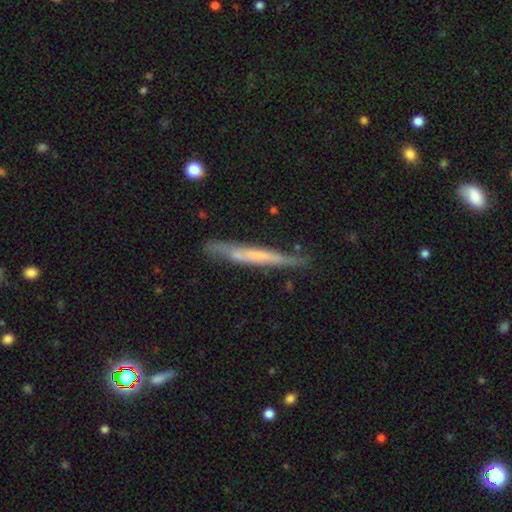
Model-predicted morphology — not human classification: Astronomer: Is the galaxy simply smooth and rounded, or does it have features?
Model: featured or disk — 53% (runner-up: smooth, 41%).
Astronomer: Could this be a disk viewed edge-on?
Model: yes — 91%.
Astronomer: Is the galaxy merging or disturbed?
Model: none — 76%.